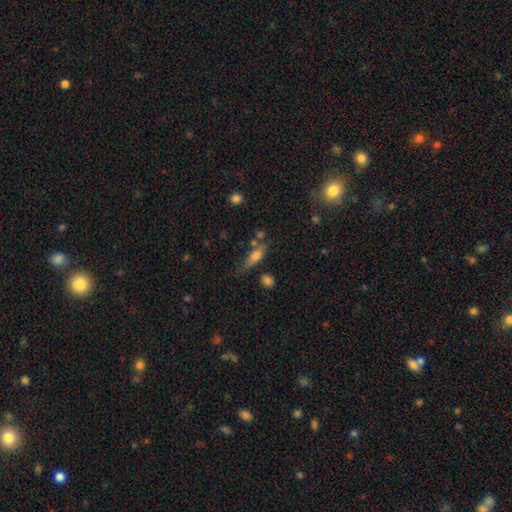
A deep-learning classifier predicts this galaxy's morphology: type=smooth (68%); roundness=in between (53%); merging=none (54%).